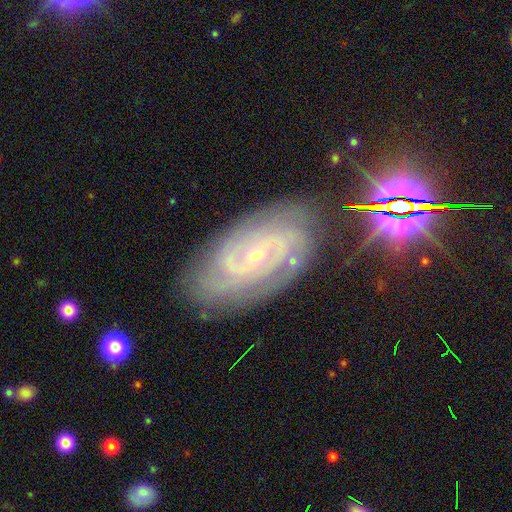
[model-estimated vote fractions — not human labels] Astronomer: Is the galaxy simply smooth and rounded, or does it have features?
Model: featured or disk — 88%.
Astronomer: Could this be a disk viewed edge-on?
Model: no — 96%.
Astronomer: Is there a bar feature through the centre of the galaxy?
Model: no — 52% (runner-up: weak, 35%).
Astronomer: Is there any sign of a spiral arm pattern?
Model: yes — 98%.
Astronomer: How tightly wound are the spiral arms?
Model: tight — 68%.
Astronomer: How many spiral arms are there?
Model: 2 — 46%.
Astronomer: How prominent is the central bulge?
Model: small — 77%.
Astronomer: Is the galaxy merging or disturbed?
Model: none — 78%.